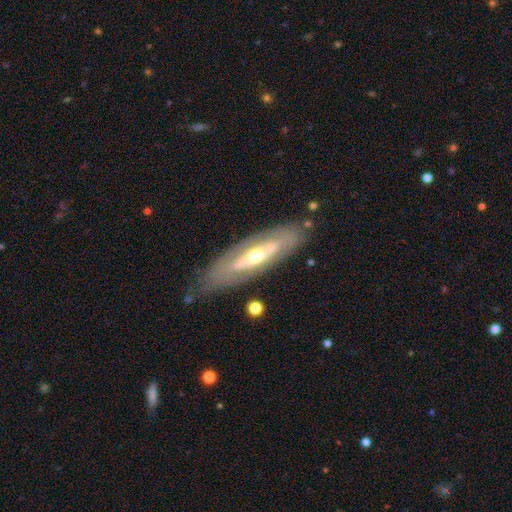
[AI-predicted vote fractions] smooth_or_featured: featured or disk (p=0.69) [alt: smooth p=0.26]
disk_edge_on: no (p=0.74) [alt: yes p=0.26]
bar: no (p=0.77) [alt: weak p=0.14]
has_spiral_arms: no (p=0.77) [alt: yes p=0.23]
bulge_size: moderate (p=0.67) [alt: small p=0.24]
merging: none (p=0.78) [alt: minor disturbance p=0.15]